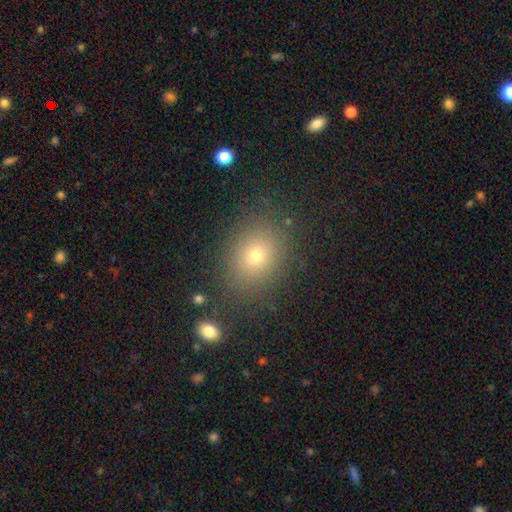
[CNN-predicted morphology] smooth 72%, star or artifact 16%, featured or disk 12%. Down the decision tree: how rounded — round (55%); merging — none (83%).